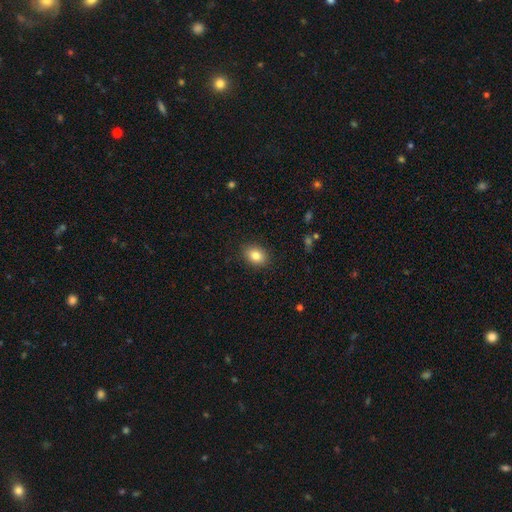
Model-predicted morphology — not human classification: Smooth or featured?
  - smooth: 84% *
  - star or artifact: 8%
  - featured or disk: 7%
How rounded?
  - in between: 73% *
  - round: 26%
  - cigar-shaped: 1%
Merging?
  - none: 89% *
  - minor disturbance: 8%
  - major disturbance: 2%
  - merger: 1%